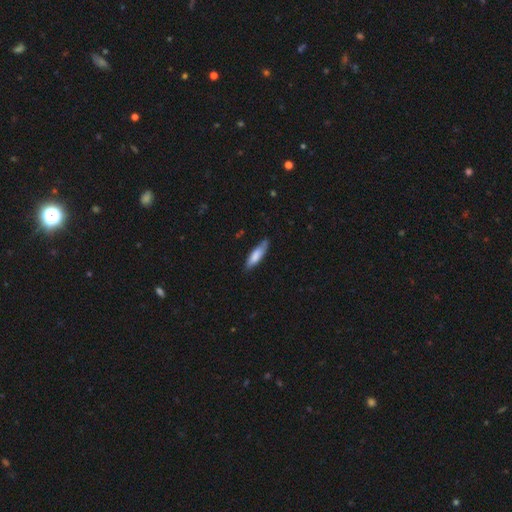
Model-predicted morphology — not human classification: Smooth or featured? smooth (76%)
How rounded? cigar-shaped (64%)
Merging? none (76%)